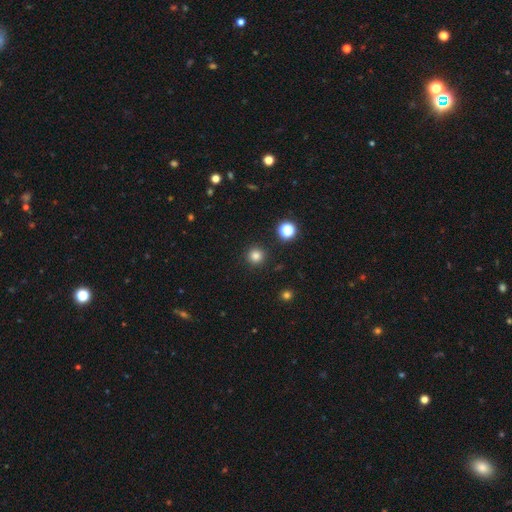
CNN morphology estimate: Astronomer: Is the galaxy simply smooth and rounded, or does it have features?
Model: smooth — 81%.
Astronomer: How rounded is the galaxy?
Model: round — 95%.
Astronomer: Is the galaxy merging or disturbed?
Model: none — 91%.